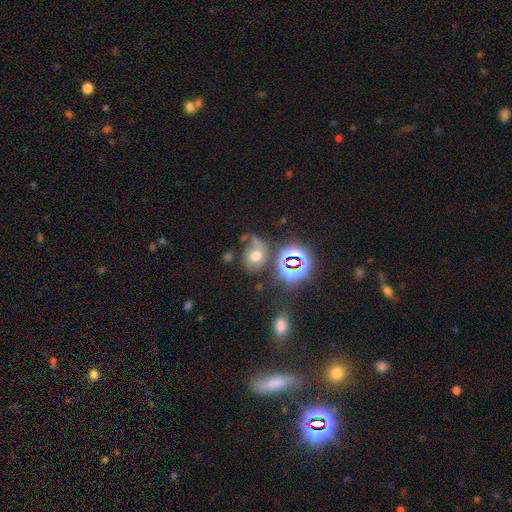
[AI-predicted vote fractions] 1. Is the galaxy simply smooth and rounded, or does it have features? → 52% smooth, 27% star or artifact, 21% featured or disk.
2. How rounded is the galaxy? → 53% round, 45% in between, 1% cigar-shaped.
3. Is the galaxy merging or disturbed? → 47% none, 21% minor disturbance, 17% major disturbance, 14% merger.